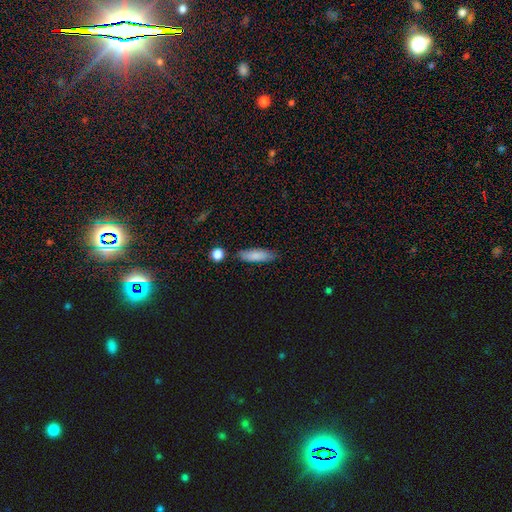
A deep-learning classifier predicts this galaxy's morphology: Smooth or featured?
  - smooth: 83% *
  - featured or disk: 10%
  - star or artifact: 7%
How rounded?
  - in between: 50% *
  - cigar-shaped: 48%
  - round: 2%
Merging?
  - none: 80% *
  - minor disturbance: 13%
  - merger: 4%
  - major disturbance: 3%